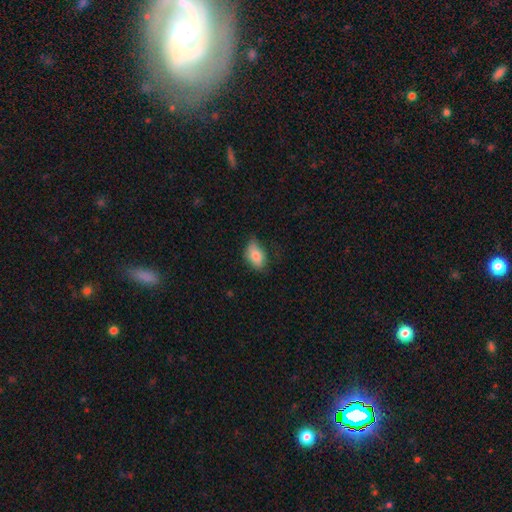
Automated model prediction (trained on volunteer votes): smooth_or_featured: smooth (p=0.82) [alt: featured or disk p=0.10]
how_rounded: in between (p=0.90) [alt: round p=0.07]
merging: none (p=0.60) [alt: minor disturbance p=0.32]